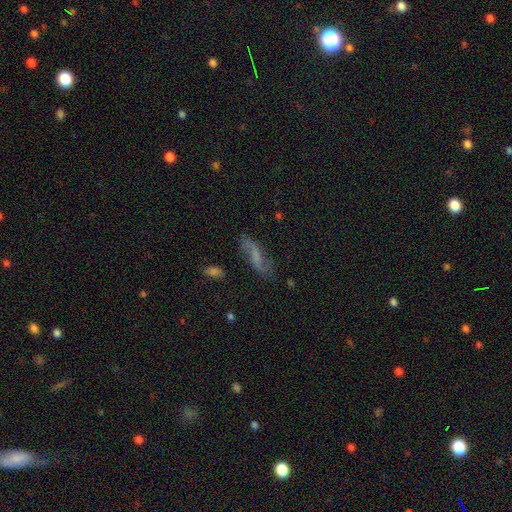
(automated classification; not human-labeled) Smooth or featured: featured or disk — 55% (smooth — 34%)
Edge-on disk: no — 85% (yes — 15%)
Merging: none — 69% (minor disturbance — 20%)